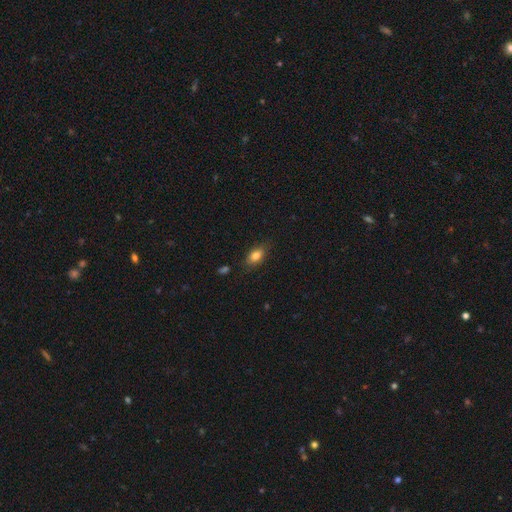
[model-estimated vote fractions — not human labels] smooth-or-featured: smooth: 81% | featured or disk: 10% | star or artifact: 9%
  how-rounded: in between: 85% | round: 8% | cigar-shaped: 7%
  merging: none: 81% | minor disturbance: 15% | major disturbance: 3% | merger: 2%